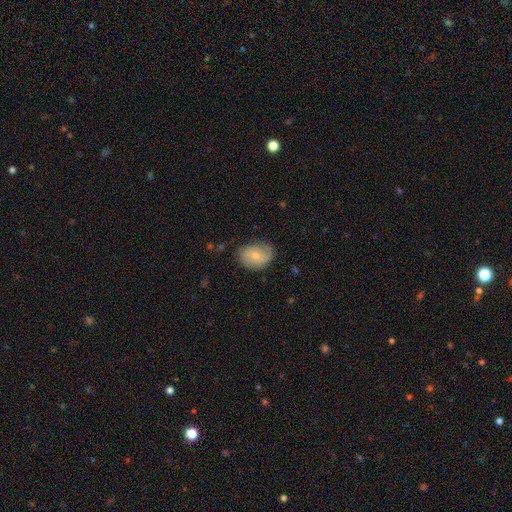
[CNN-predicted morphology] Smooth or featured? Predicted: smooth (p=0.52). How rounded? Predicted: in between (p=0.65). Merging? Predicted: none (p=0.71).